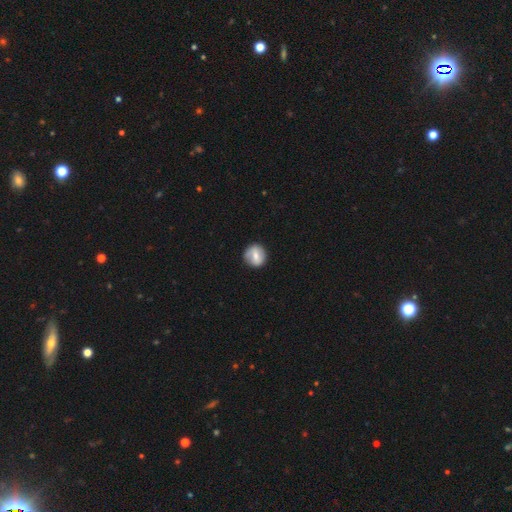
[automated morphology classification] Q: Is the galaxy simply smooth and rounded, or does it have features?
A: smooth — 53%.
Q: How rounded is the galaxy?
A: round — 85%.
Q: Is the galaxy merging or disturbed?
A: none — 81%.